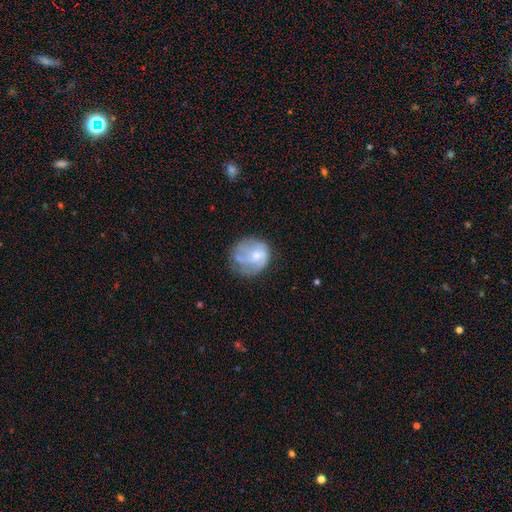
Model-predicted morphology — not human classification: Smooth or featured: smooth — 47% (featured or disk — 45%)
Merging: none — 48% (minor disturbance — 27%)